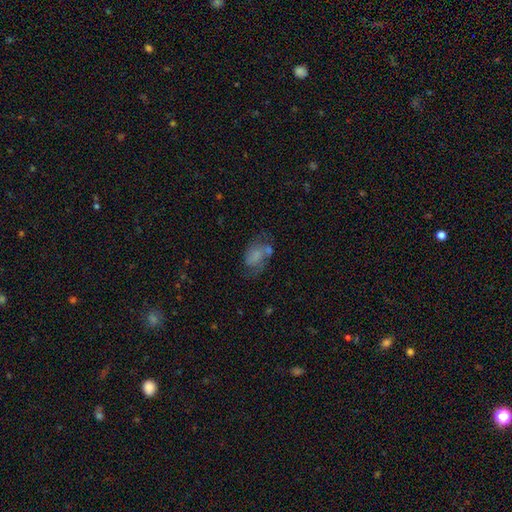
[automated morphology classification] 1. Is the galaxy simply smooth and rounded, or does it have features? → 51% smooth, 38% featured or disk, 11% star or artifact.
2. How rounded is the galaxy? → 82% in between, 16% round, 2% cigar-shaped.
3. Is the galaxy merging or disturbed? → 39% none, 25% minor disturbance, 22% major disturbance, 14% merger.